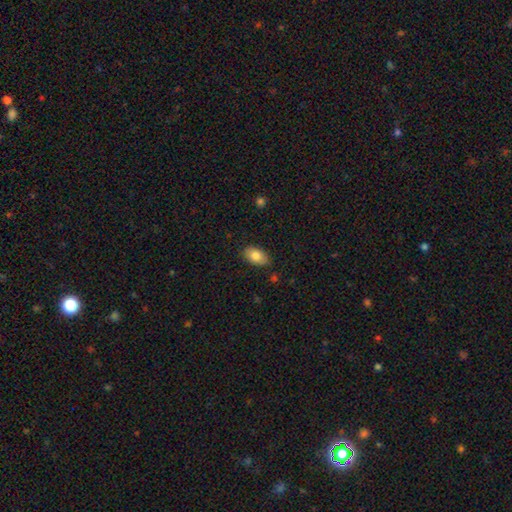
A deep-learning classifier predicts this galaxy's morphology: Smooth or featured? Predicted: smooth (p=0.81). How rounded? Predicted: in between (p=0.92). Merging? Predicted: none (p=0.84).